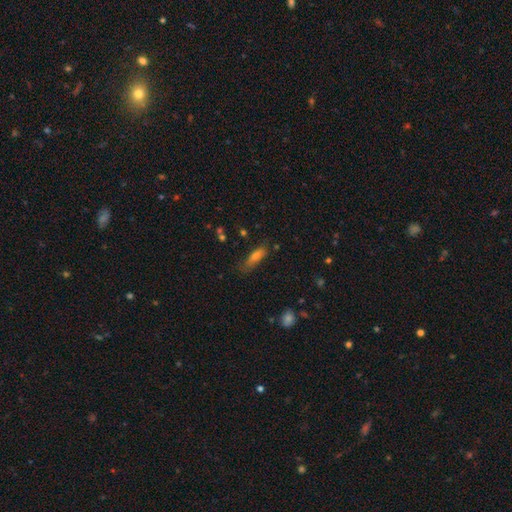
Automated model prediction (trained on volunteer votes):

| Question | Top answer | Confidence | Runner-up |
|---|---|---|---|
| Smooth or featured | smooth | 64% | featured or disk (21%) |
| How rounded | cigar-shaped | 57% | in between (40%) |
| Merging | none | 65% | minor disturbance (23%) |